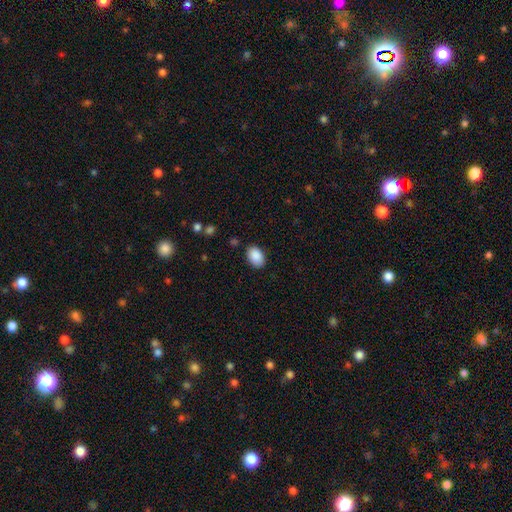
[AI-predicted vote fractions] Morphology: type=smooth (90%); roundness=in between (87%); merging=none (86%).